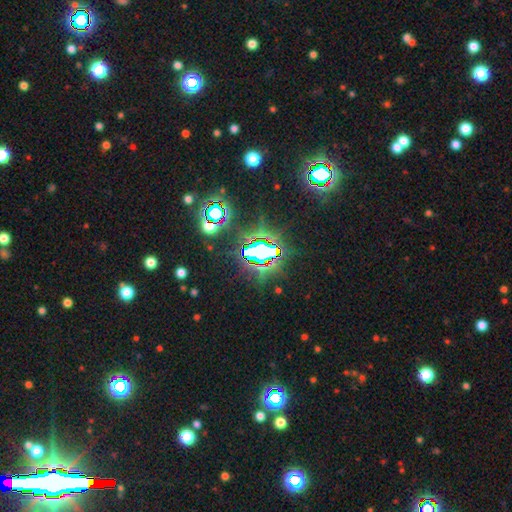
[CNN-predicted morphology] type=star or artifact (77%).